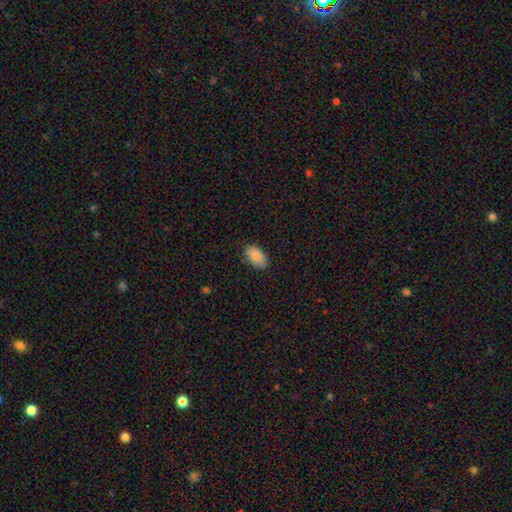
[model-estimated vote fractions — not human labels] A smooth galaxy with no disk features (84%) that is in between round and cigar-shaped (94%). Merging: none (84%).